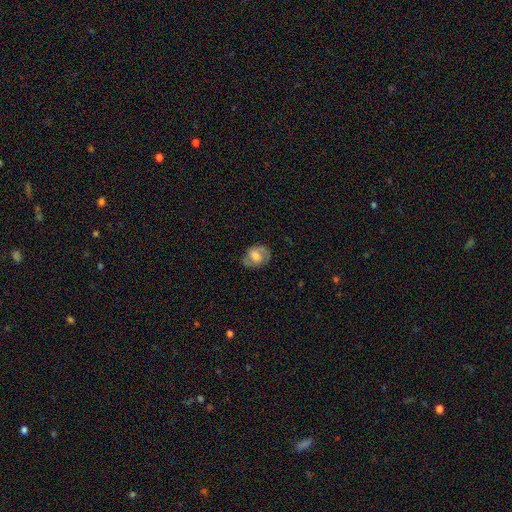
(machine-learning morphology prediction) type=featured or disk (52%); edge-on=no (96%); bar=weak (45%); spiral arms=yes (77%); bulge=moderate (42%); merging=none (68%).